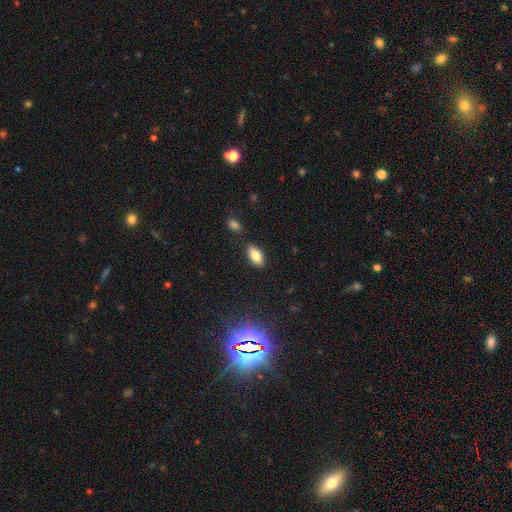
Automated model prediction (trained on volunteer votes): smooth 80%, featured or disk 11%, star or artifact 9%. Down the decision tree: how rounded — in between (91%); merging — none (83%).